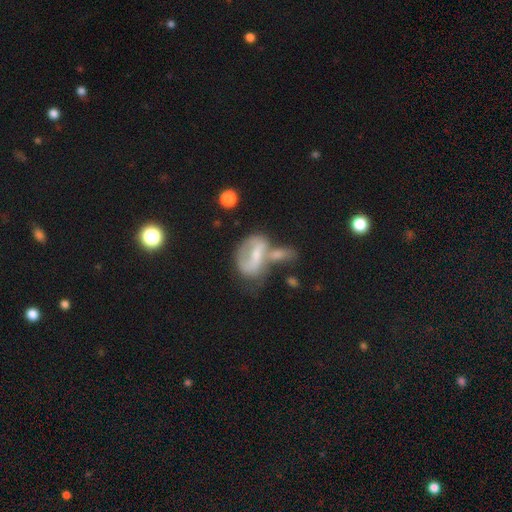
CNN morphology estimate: Q: Smooth or featured?
A: featured or disk (57%); runner-up: smooth (35%)
Q: Edge-on disk?
A: no (94%); runner-up: yes (6%)
Q: Bar?
A: weak (40%); runner-up: strong (32%)
Q: Spiral arms?
A: yes (51%); runner-up: no (49%)
Q: Bulge size?
A: small (52%); runner-up: moderate (33%)
Q: Merging?
A: merger (44%); runner-up: none (22%)